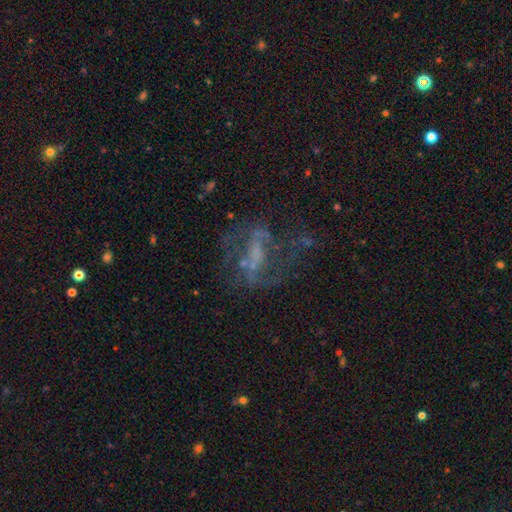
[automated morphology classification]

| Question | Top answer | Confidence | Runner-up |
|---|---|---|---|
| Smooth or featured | featured or disk | 64% | smooth (18%) |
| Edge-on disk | no | 95% | yes (5%) |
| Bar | no | 40% | weak (35%) |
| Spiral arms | yes | 50% | tied: no (50%) |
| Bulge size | none | 49% | small (28%) |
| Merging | none | 47% | major disturbance (33%) |